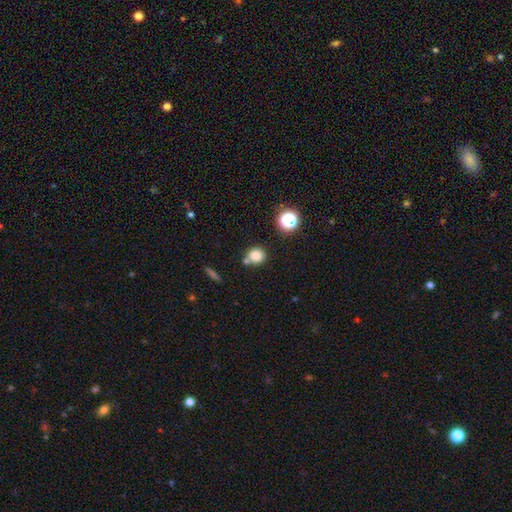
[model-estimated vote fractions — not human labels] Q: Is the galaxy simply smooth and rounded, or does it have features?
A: smooth — 79%.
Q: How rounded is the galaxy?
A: round — 84%.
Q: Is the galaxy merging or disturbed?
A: none — 67%.